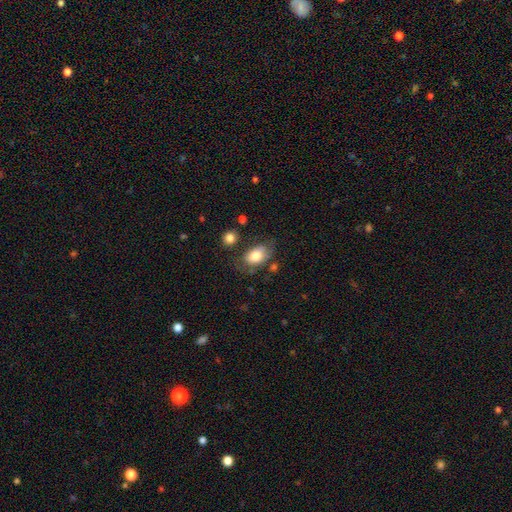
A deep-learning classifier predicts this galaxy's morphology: Smooth or featured? smooth (75%)
How rounded? in between (87%)
Merging? none (56%)